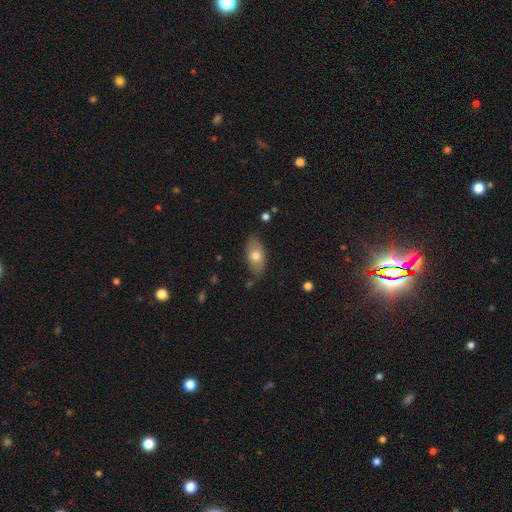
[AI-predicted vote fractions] Overall: smooth (70%). How rounded: in between (90%). Merging: none (77%).